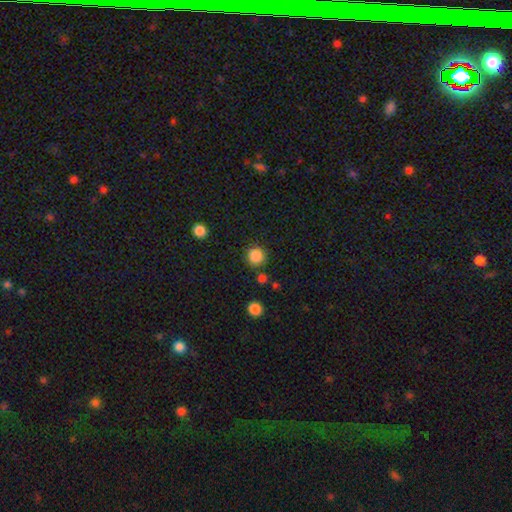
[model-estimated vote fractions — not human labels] smooth 86%, star or artifact 11%, featured or disk 3%. Down the decision tree: how rounded — round (94%); merging — none (85%).